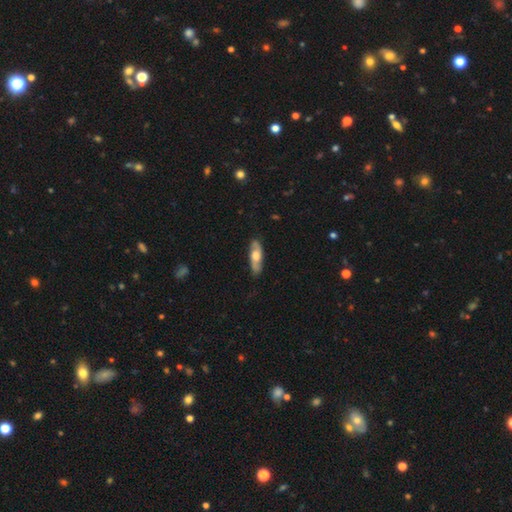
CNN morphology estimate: A featured or disk galaxy (53%). Merging: none (82%).